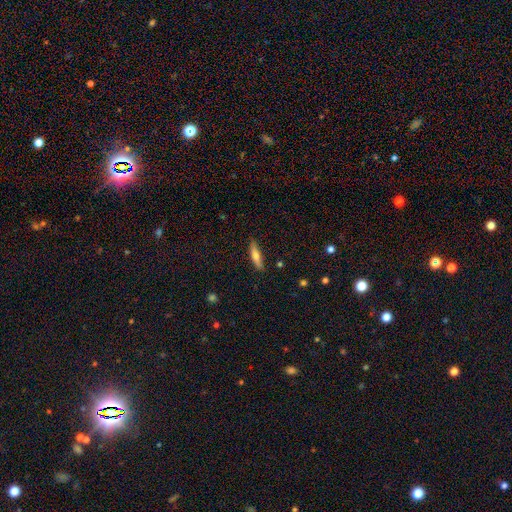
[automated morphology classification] This is likely a smooth galaxy (61%). How rounded: likely cigar-shaped (78%). Merging: clearly none (86%).